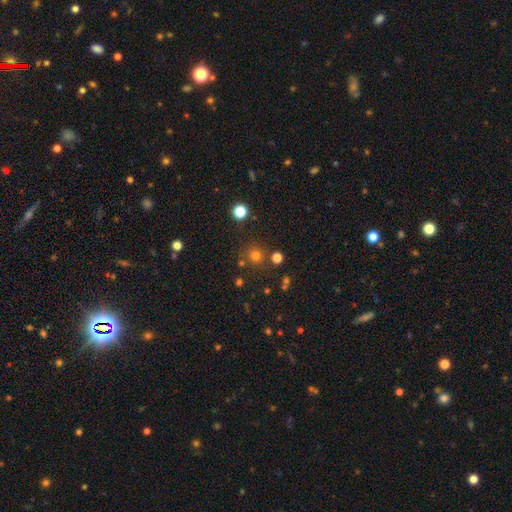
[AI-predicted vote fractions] smooth-or-featured: smooth: 74% | star or artifact: 20% | featured or disk: 6%
  how-rounded: round: 91% | in between: 8% | cigar-shaped: 1%
  merging: none: 80% | minor disturbance: 9% | merger: 8% | major disturbance: 4%